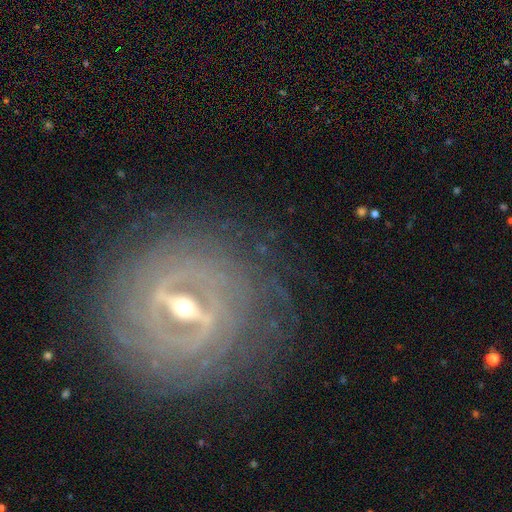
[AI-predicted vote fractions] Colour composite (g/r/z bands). It shows a featured or disk galaxy (87%) with a strong bar (69%), tight (83%) spiral arms (86%) and a moderate central bulge (55%). Merging: none (83%).